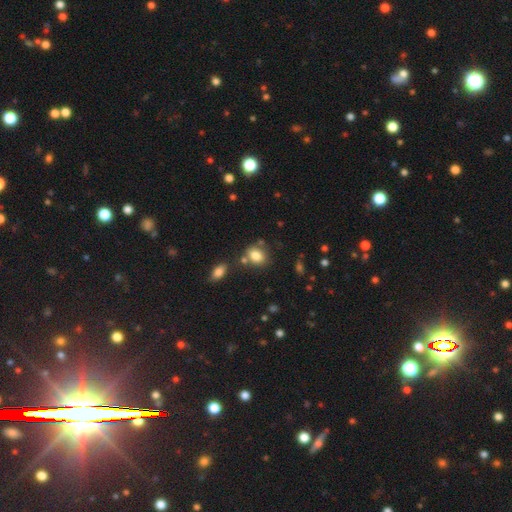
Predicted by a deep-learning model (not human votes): Smooth or featured: smooth — 82% (star or artifact — 10%)
How rounded: in between — 57% (round — 42%)
Merging: none — 66% (merger — 16%)